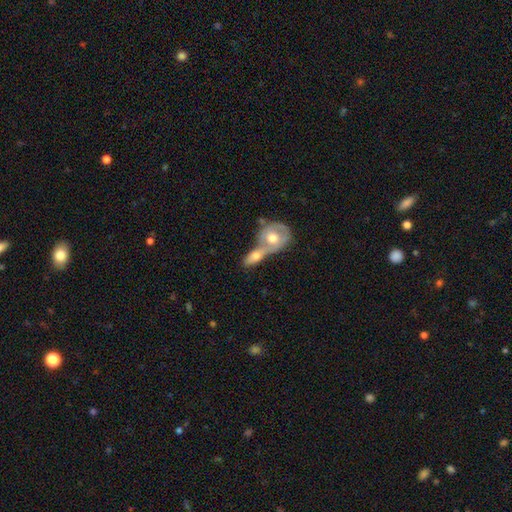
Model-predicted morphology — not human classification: type=smooth (59%); roundness=in between (69%); merging=merger (71%).